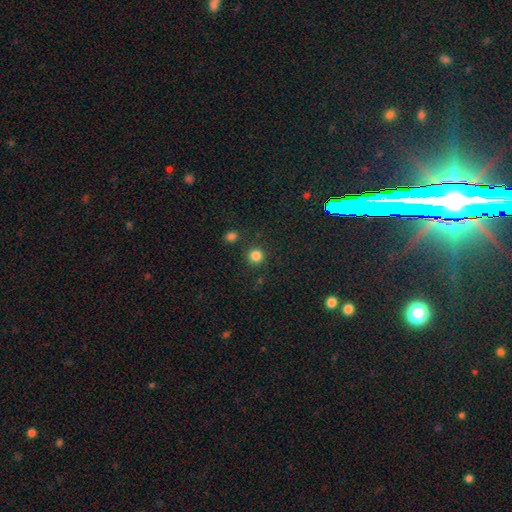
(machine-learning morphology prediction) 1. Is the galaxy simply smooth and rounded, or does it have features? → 83% smooth, 13% star or artifact, 4% featured or disk.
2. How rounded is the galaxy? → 94% round, 5% in between, 1% cigar-shaped.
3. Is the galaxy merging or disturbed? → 87% none, 6% minor disturbance, 4% merger, 3% major disturbance.